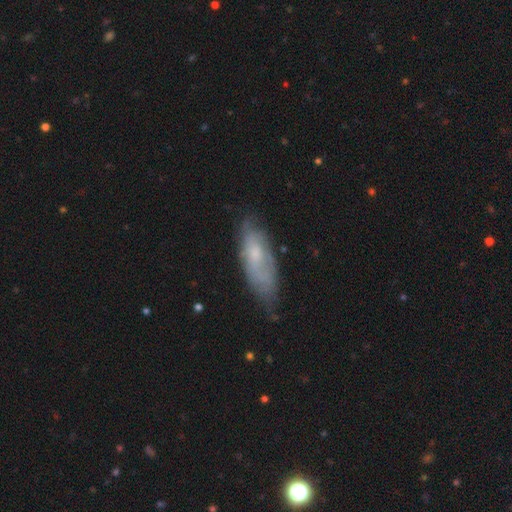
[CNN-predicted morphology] type=smooth (52%); roundness=in between (64%); merging=none (58%).